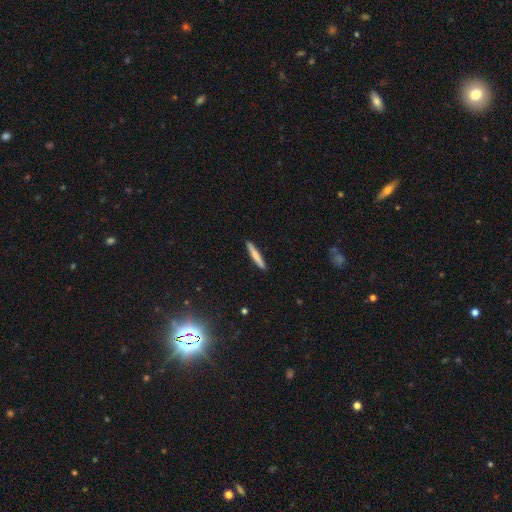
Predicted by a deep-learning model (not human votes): Overall: smooth (70%). How rounded: cigar-shaped (94%). Merging: none (90%).